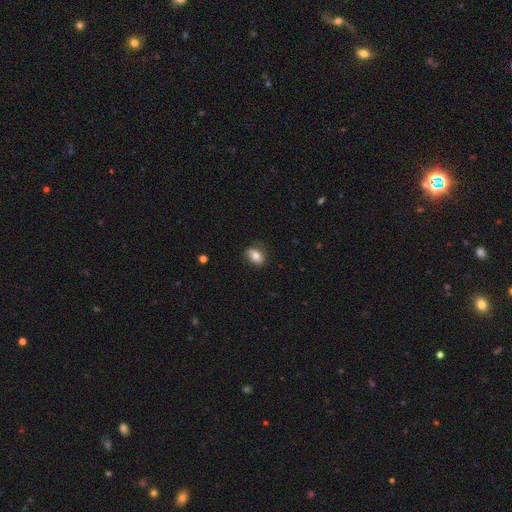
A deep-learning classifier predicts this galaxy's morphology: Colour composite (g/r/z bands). It shows a smooth galaxy with no disk features (73%) that is in between round and cigar-shaped (78%). Merging: none (78%).